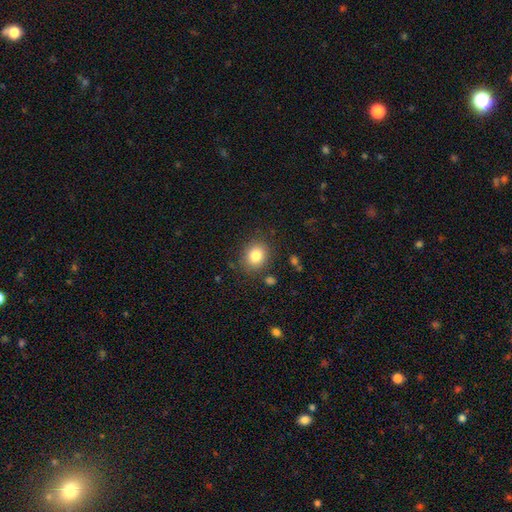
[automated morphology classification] smooth_or_featured: smooth (p=0.82) [alt: star or artifact p=0.10]
how_rounded: round (p=0.68) [alt: in between p=0.31]
merging: none (p=0.84) [alt: minor disturbance p=0.10]